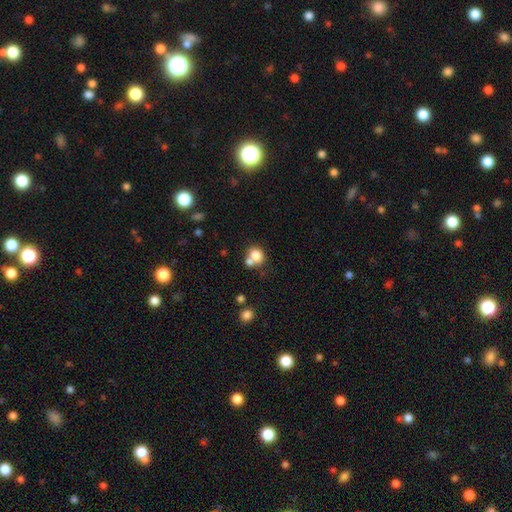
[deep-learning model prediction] smooth_or_featured: smooth (p=0.79) [alt: featured or disk p=0.11]
how_rounded: round (p=0.55) [alt: in between p=0.44]
merging: merger (p=0.44) [alt: none p=0.41]